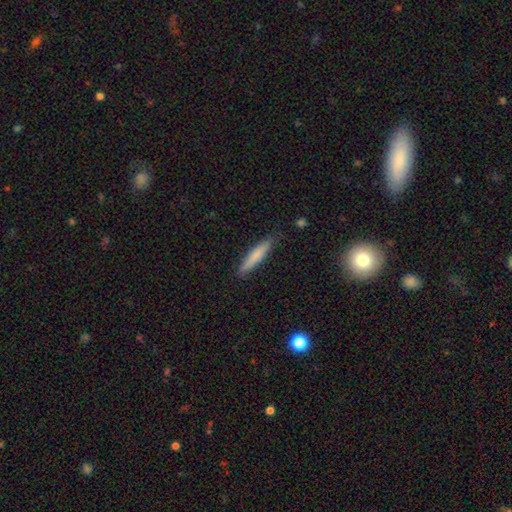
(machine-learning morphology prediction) This is likely a smooth galaxy (72%). How rounded: clearly cigar-shaped (92%). Merging: clearly none (87%).